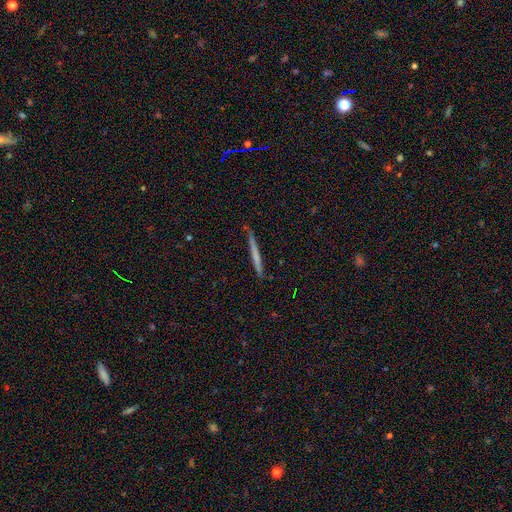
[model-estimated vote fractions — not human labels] Smooth or featured? smooth (57%)
How rounded? cigar-shaped (97%)
Merging? none (82%)